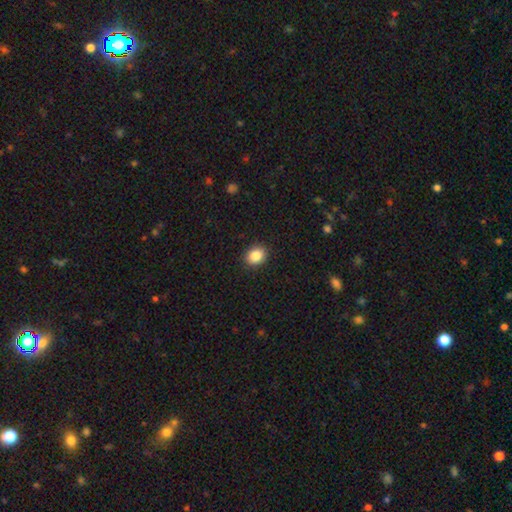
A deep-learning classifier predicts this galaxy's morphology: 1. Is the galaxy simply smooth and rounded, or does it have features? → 86% smooth, 9% star or artifact, 5% featured or disk.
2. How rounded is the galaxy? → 54% round, 45% in between, 1% cigar-shaped.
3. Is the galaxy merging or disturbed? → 91% none, 6% minor disturbance, 2% major disturbance, 1% merger.